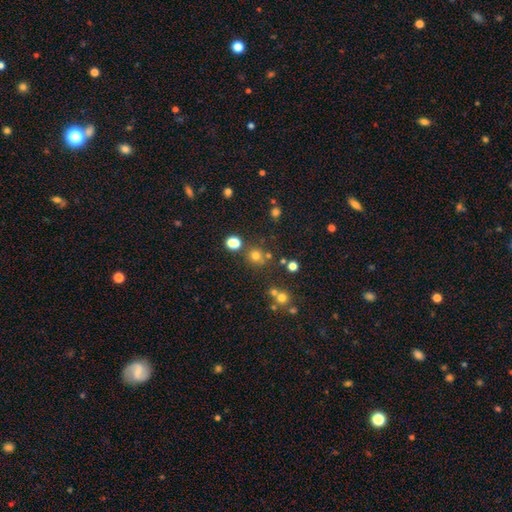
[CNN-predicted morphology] The model was most divided on "smooth or featured": smooth: 70%, star or artifact: 22%, featured or disk: 8%. More confident: how rounded — round (89%); merging — none (75%).